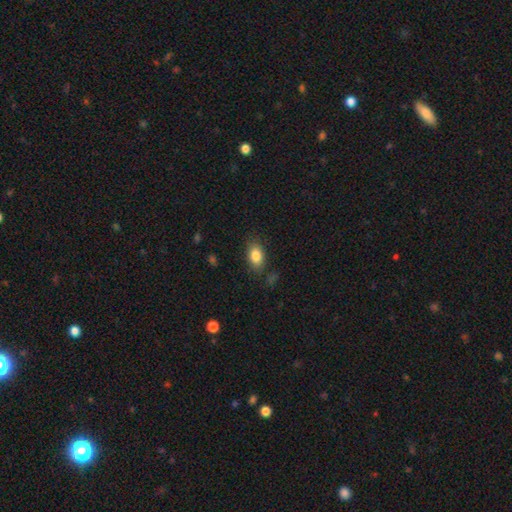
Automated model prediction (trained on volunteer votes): smooth 84%, featured or disk 8%, star or artifact 8%. Down the decision tree: how rounded — in between (87%); merging — none (81%).